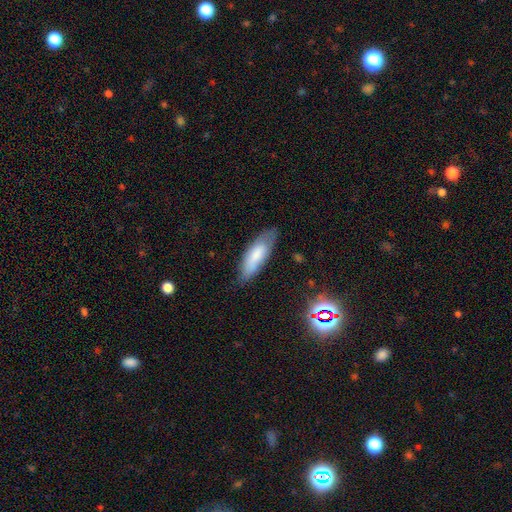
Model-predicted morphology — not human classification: The model was most divided on "how rounded": in between: 61%, cigar-shaped: 38%, round: 2%. More confident: smooth or featured — smooth (75%); merging — none (71%).